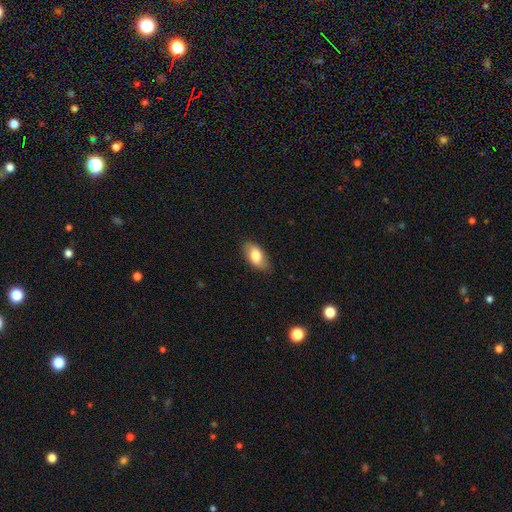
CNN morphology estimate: Smooth or featured: smooth — 78% (featured or disk — 15%)
How rounded: in between — 92% (round — 5%)
Merging: none — 82% (minor disturbance — 14%)